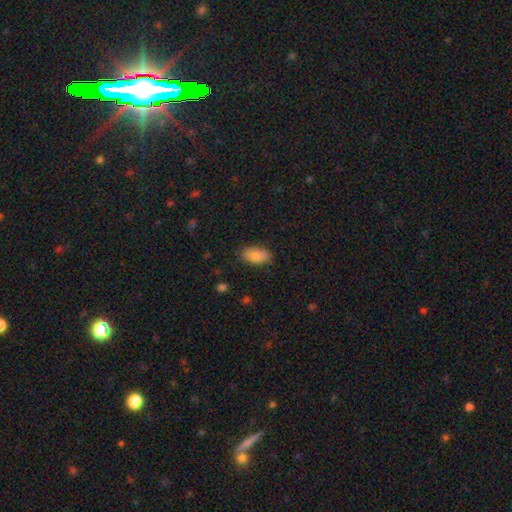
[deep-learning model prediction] Q: Smooth or featured?
A: smooth (83%); runner-up: featured or disk (10%)
Q: How rounded?
A: in between (93%); runner-up: round (4%)
Q: Merging?
A: none (81%); runner-up: minor disturbance (15%)